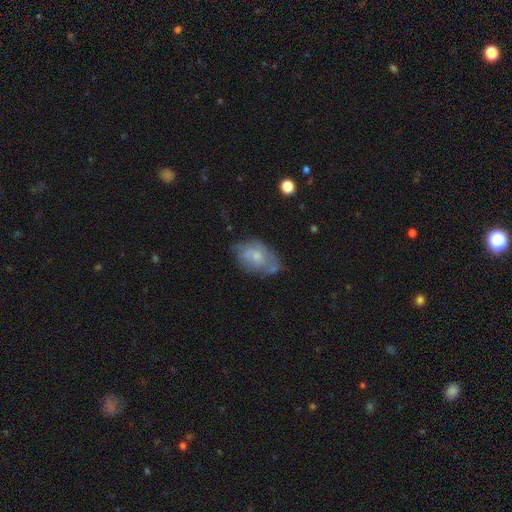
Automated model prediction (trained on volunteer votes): Overall: smooth (47%; featured or disk 45%). Merging: none (50%; minor disturbance 31%).